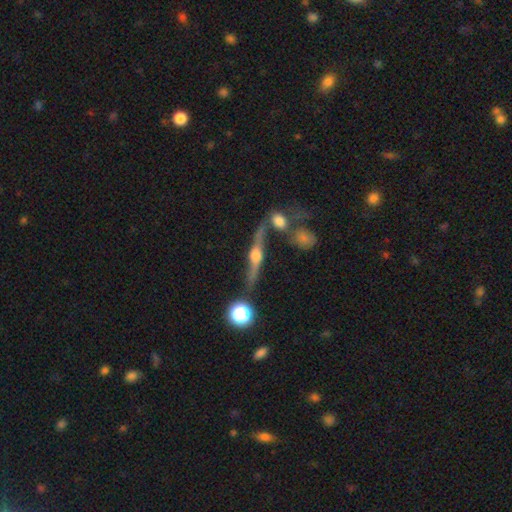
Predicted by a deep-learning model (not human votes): A featured or disk galaxy (81%) viewed edge-on (89%) with a rounded central bulge (93%).

Vote fractions:
- Smooth or featured? featured or disk: 81% / smooth: 12% / star or artifact: 7%
- Edge-on disk? yes: 89% / no: 11%
- Edge-on bulge? rounded: 93% / boxy: 5% / none: 3%
- Merging? none: 64% / minor disturbance: 16% / merger: 13% / major disturbance: 7%